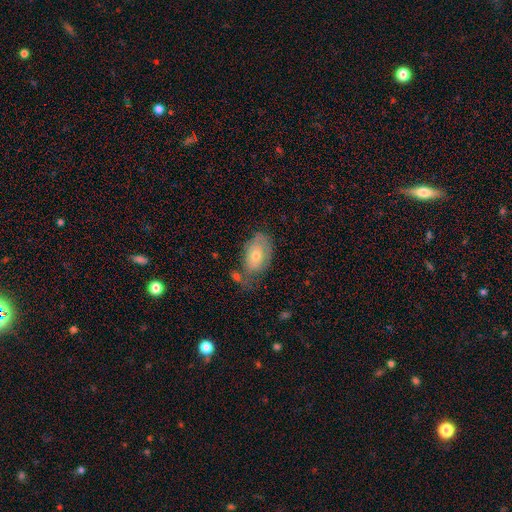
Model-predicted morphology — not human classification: This is possibly a smooth galaxy (56%). How rounded: clearly in between (89%). Merging: possibly none (47%).